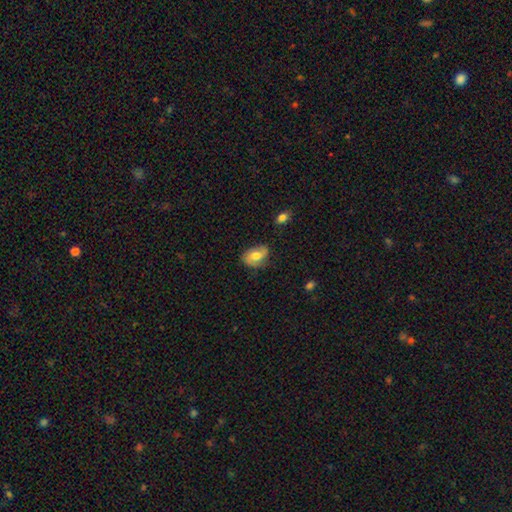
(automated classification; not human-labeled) This is possibly a smooth galaxy (58%). How rounded: clearly in between (80%). Merging: likely none (65%).